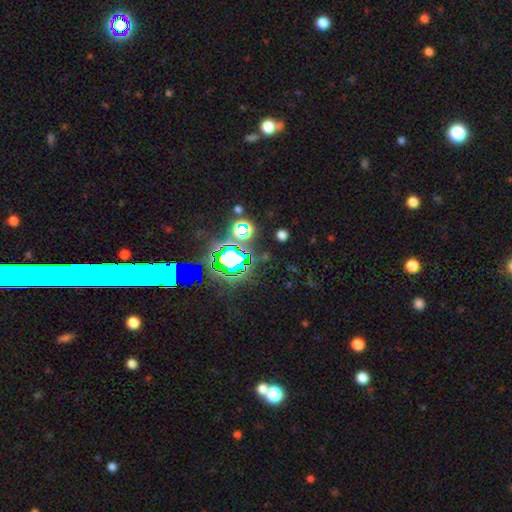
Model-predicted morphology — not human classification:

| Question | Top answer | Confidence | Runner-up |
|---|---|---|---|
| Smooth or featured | star or artifact | 70% | featured or disk (16%) |